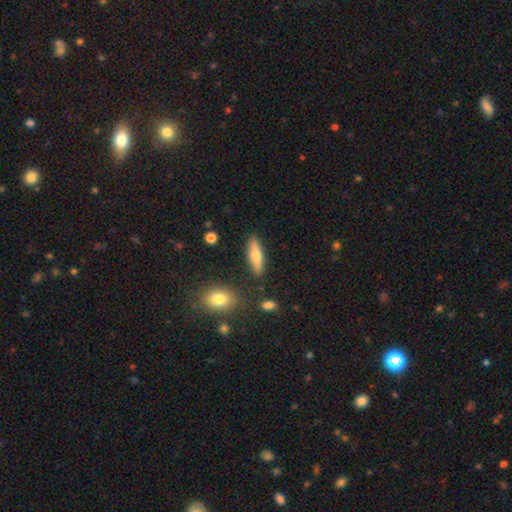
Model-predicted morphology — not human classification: Smooth or featured: smooth — 59% (featured or disk — 34%)
How rounded: cigar-shaped — 65% (in between — 32%)
Merging: none — 86% (minor disturbance — 9%)